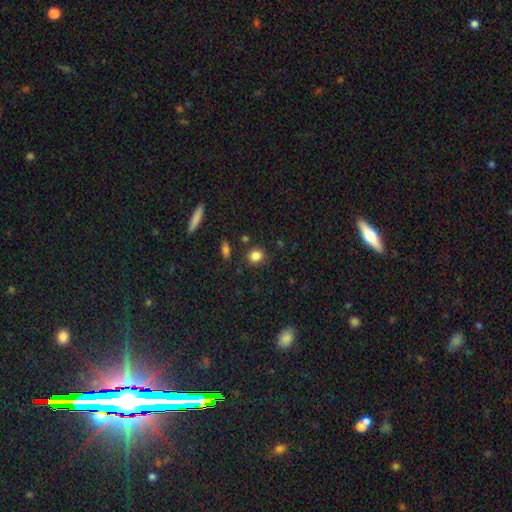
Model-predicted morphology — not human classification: smooth 84%, star or artifact 10%, featured or disk 5%. Down the decision tree: how rounded — round (73%); merging — none (84%).